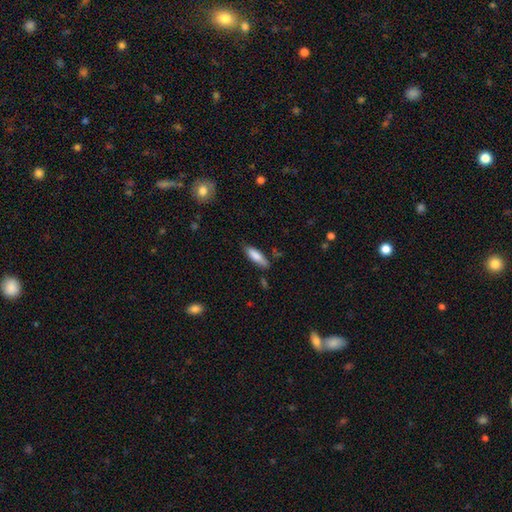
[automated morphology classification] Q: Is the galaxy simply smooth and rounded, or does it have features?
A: smooth — 81%.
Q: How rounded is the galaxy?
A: cigar-shaped — 51%.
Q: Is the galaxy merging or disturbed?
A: none — 75%.